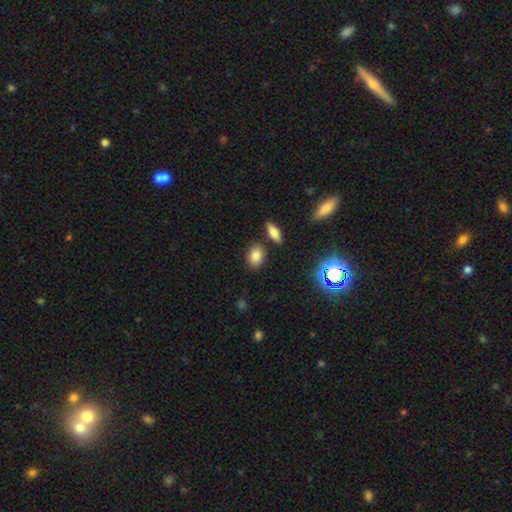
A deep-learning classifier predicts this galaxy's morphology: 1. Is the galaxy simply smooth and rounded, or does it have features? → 81% smooth, 12% star or artifact, 7% featured or disk.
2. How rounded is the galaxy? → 67% in between, 31% round, 2% cigar-shaped.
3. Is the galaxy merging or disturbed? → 81% none, 10% minor disturbance, 6% merger, 3% major disturbance.